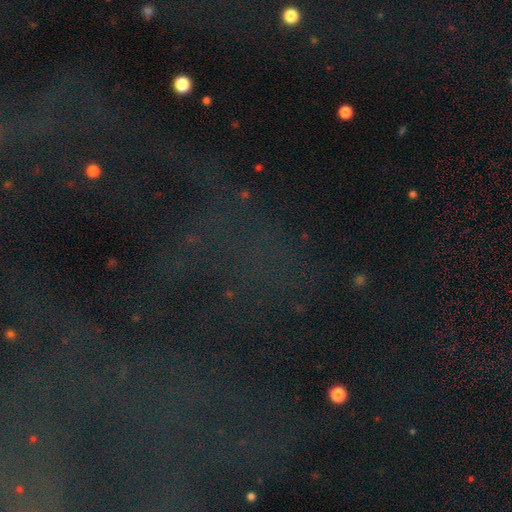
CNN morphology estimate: Smooth or featured: star or artifact — 76% (smooth — 13%)